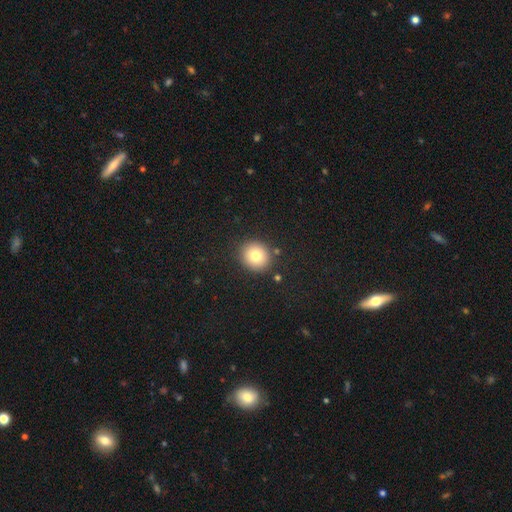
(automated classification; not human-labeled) Smooth or featured? smooth (77%)
How rounded? round (88%)
Merging? none (89%)